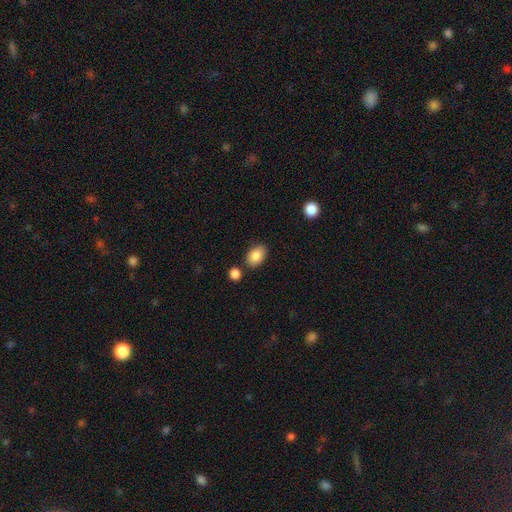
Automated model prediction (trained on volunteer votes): Smooth or featured?
  - smooth: 88% *
  - star or artifact: 7%
  - featured or disk: 5%
How rounded?
  - in between: 87% *
  - round: 12%
  - cigar-shaped: 1%
Merging?
  - none: 79% *
  - minor disturbance: 12%
  - merger: 6%
  - major disturbance: 3%